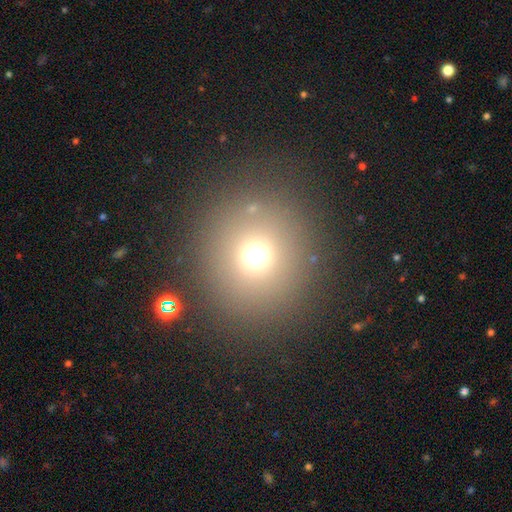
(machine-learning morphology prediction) Smooth or featured? smooth (67%)
How rounded? round (91%)
Merging? none (85%)